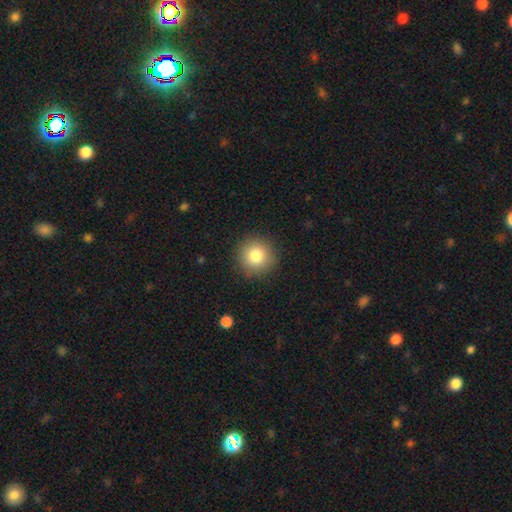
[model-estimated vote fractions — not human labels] The model was most divided on "smooth or featured": smooth: 82%, star or artifact: 10%, featured or disk: 8%. More confident: how rounded — round (94%); merging — none (90%).